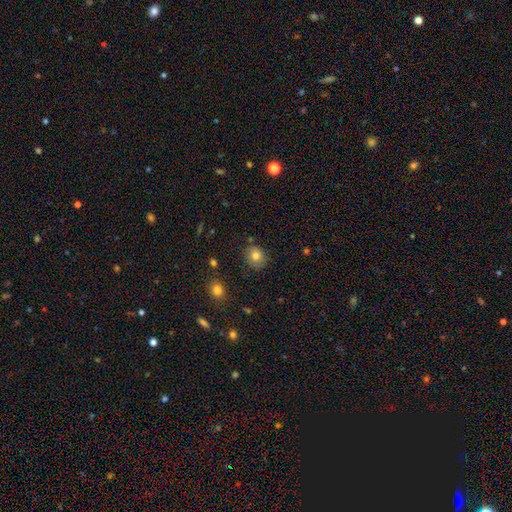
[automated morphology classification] The model was most divided on "how rounded": round: 75%, in between: 24%, cigar-shaped: 1%. More confident: smooth or featured — smooth (80%); merging — none (78%).